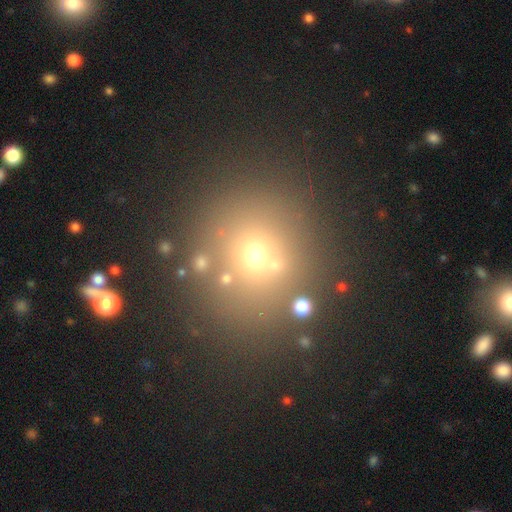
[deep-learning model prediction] The model was most divided on "smooth or featured": smooth: 56%, star or artifact: 30%, featured or disk: 14%. More confident: how rounded — round (87%); merging — none (75%).